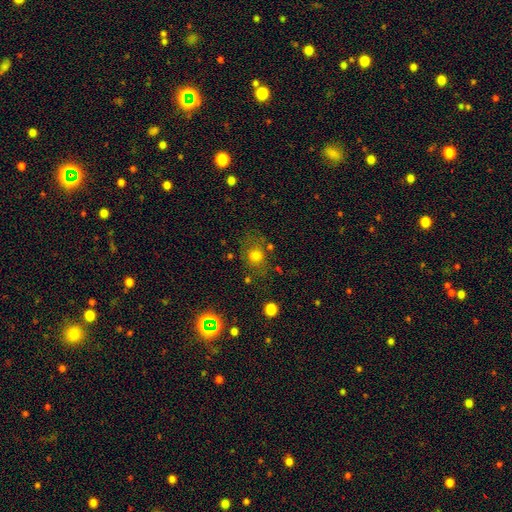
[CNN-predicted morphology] Smooth or featured? Predicted: smooth (p=0.73). How rounded? Predicted: round (p=0.72). Merging? Predicted: none (p=0.70).